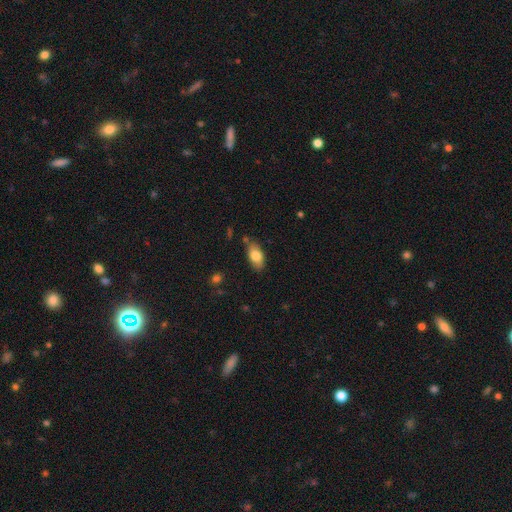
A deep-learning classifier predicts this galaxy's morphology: smooth_or_featured: smooth (p=0.81) [alt: featured or disk p=0.13]
how_rounded: in between (p=0.90) [alt: cigar-shaped p=0.06]
merging: none (p=0.77) [alt: minor disturbance p=0.16]